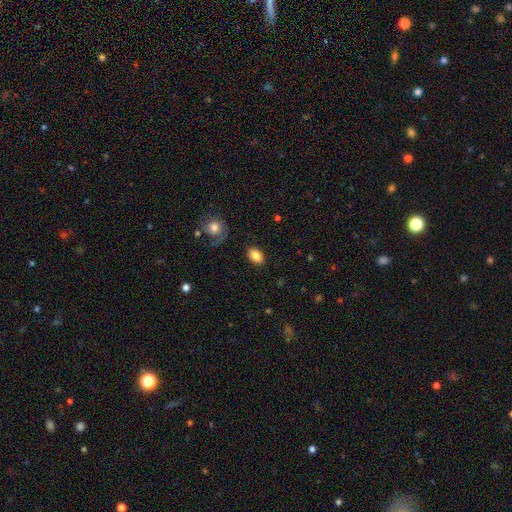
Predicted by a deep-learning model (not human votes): Smooth or featured?
  - smooth: 84% *
  - featured or disk: 9%
  - star or artifact: 8%
How rounded?
  - in between: 85% *
  - round: 14%
  - cigar-shaped: 1%
Merging?
  - none: 86% *
  - minor disturbance: 9%
  - major disturbance: 3%
  - merger: 2%